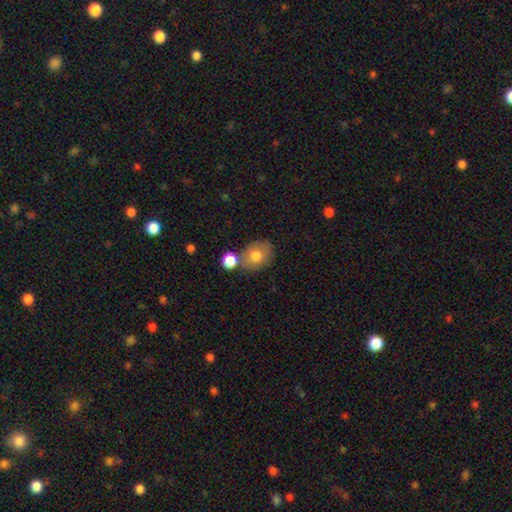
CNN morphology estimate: Overall: smooth (76%). How rounded: round (51%; in between 48%). Merging: none (65%).